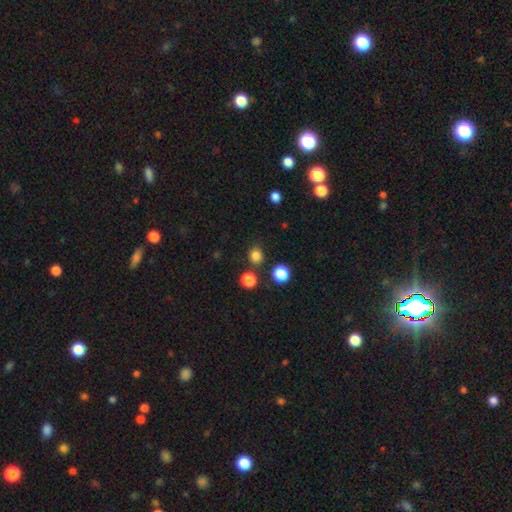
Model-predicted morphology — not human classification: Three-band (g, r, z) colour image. It shows a smooth galaxy with no disk features (81%) that is round (74%). Merging: none (81%).